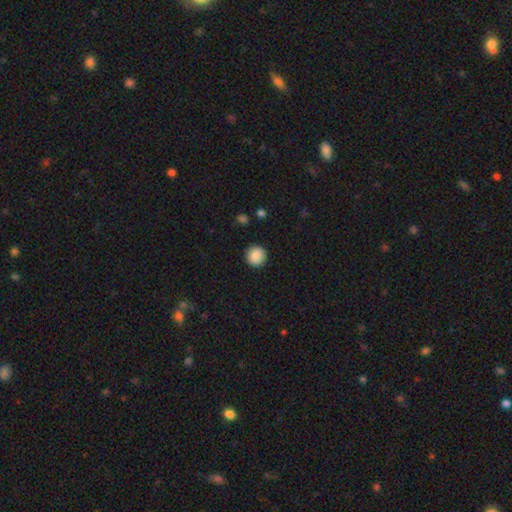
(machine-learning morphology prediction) Smooth or featured? smooth (88%)
How rounded? round (95%)
Merging? none (91%)